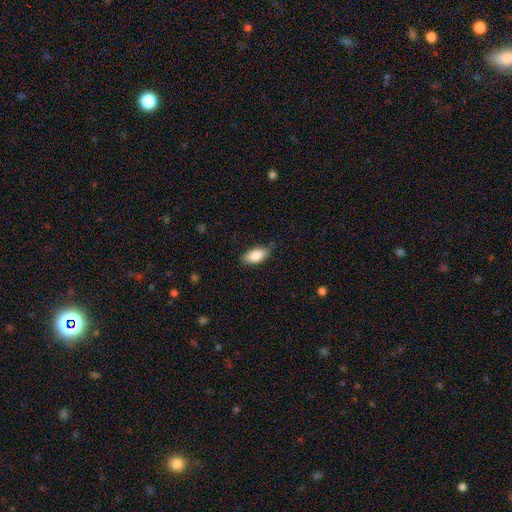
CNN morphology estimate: This is clearly a smooth galaxy (85%). How rounded: clearly in between (91%). Merging: likely none (73%).